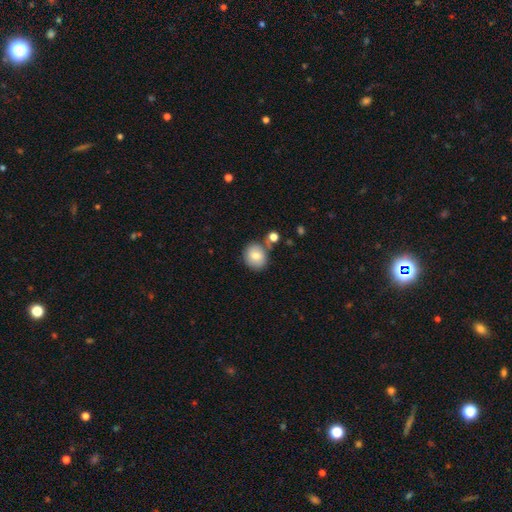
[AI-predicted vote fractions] This appears to be a smooth galaxy with no disk features (79%) that is round (79%). Merging: none (68%).